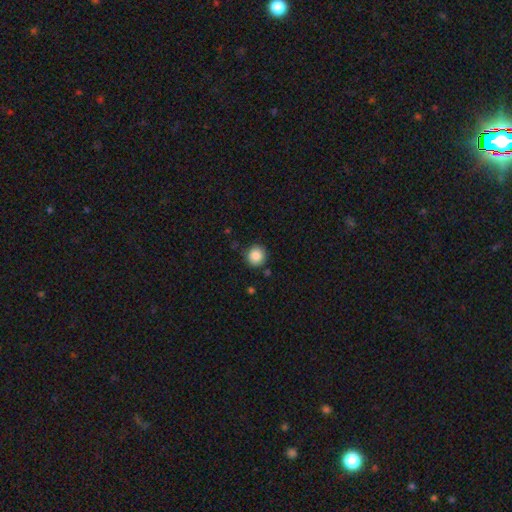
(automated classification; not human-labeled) The model was most divided on "smooth or featured": smooth: 87%, star or artifact: 9%, featured or disk: 4%. More confident: how rounded — round (93%); merging — none (88%).